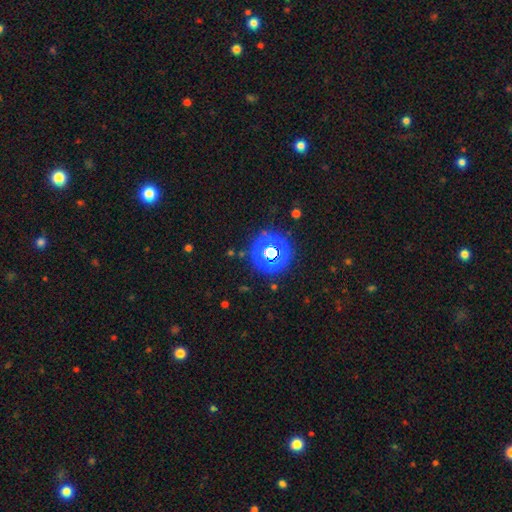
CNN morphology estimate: Overall: star or artifact (49%; smooth 43%).